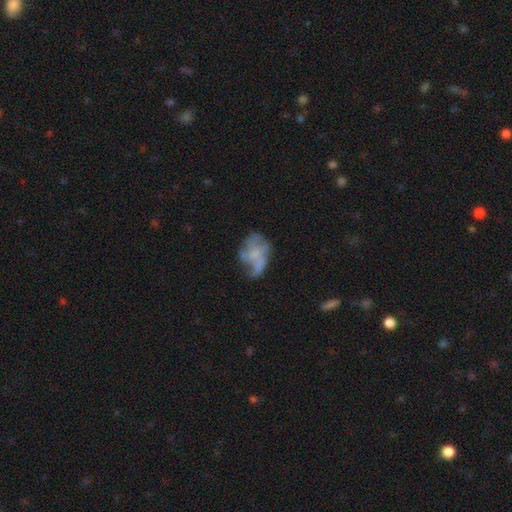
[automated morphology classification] A featured or disk galaxy (59%) with no bar (80%), no spiral arms (54%) and no central bulge (43%).

Vote fractions:
- Smooth or featured? featured or disk: 59% / smooth: 30% / star or artifact: 11%
- Edge-on disk? no: 97% / yes: 3%
- Bar? no: 80% / weak: 17% / strong: 3%
- Spiral arms? no: 54% / yes: 46%
- Bulge size? none: 43% / small: 32% / moderate: 21% / large: 3% / dominant: 1%
- Merging? none: 36% / major disturbance: 33% / minor disturbance: 25% / merger: 6%